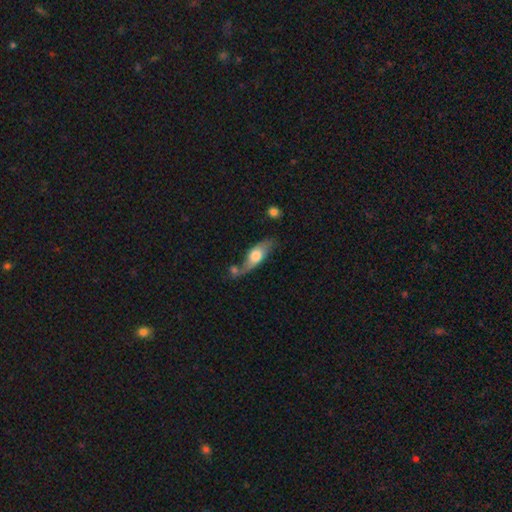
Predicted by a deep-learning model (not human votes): A smooth galaxy with no disk features (48%).

Vote fractions:
- Smooth or featured? smooth: 48% / featured or disk: 46% / star or artifact: 6%
- Merging? none: 46% / minor disturbance: 22% / merger: 21% / major disturbance: 11%